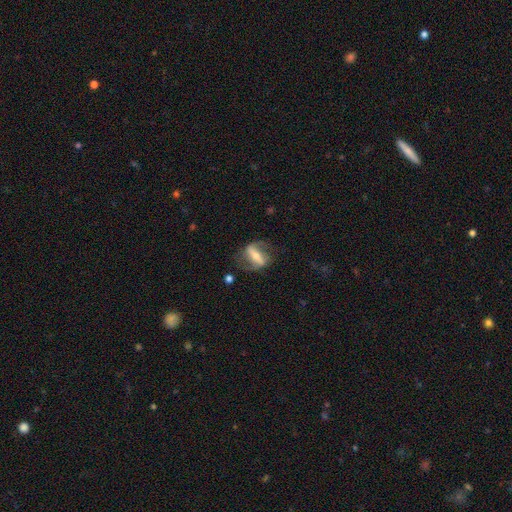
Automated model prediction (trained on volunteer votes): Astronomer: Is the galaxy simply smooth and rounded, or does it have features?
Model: featured or disk — 74%.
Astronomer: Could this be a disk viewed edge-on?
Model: no — 84%.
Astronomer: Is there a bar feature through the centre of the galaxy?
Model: strong — 74%.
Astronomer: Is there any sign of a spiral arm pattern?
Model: yes — 72%.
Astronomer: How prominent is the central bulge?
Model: small — 47% (runner-up: moderate, 42%).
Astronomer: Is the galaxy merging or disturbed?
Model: none — 66%.